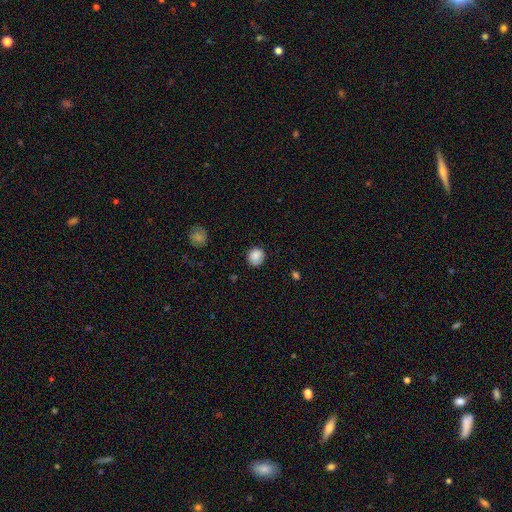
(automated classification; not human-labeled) smooth_or_featured: smooth (p=0.86) [alt: star or artifact p=0.09]
how_rounded: round (p=0.82) [alt: in between p=0.17]
merging: none (p=0.82) [alt: minor disturbance p=0.14]